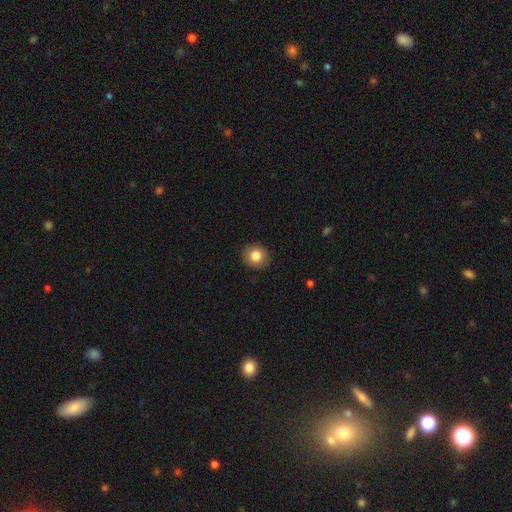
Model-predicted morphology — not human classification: Overall: smooth (83%). How rounded: round (85%). Merging: none (91%).